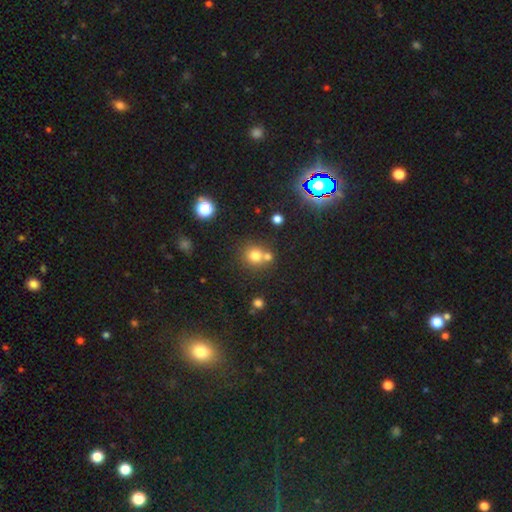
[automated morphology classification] Q: Smooth or featured?
A: smooth (74%); runner-up: star or artifact (16%)
Q: How rounded?
A: round (88%); runner-up: in between (11%)
Q: Merging?
A: none (55%); runner-up: merger (34%)